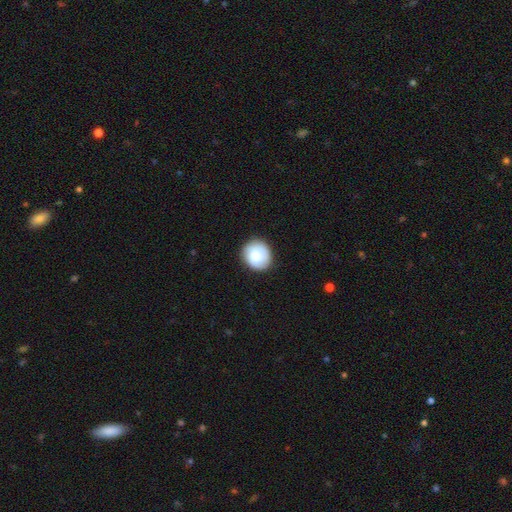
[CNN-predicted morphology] A smooth galaxy with no disk features (68%) that is round (85%). Merging: none (84%).